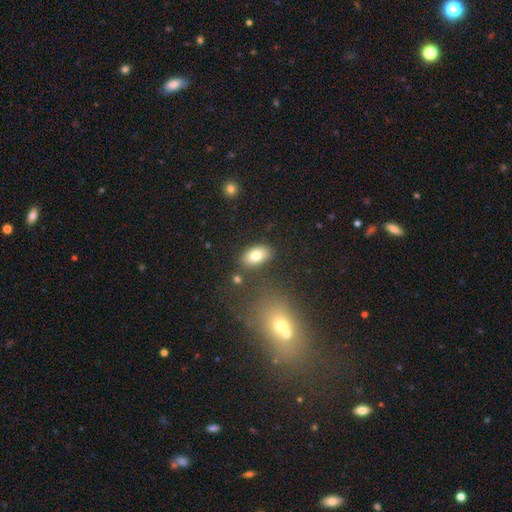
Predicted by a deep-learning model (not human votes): smooth_or_featured: smooth (p=0.79) [alt: featured or disk p=0.13]
how_rounded: in between (p=0.91) [alt: round p=0.07]
merging: none (p=0.83) [alt: minor disturbance p=0.10]